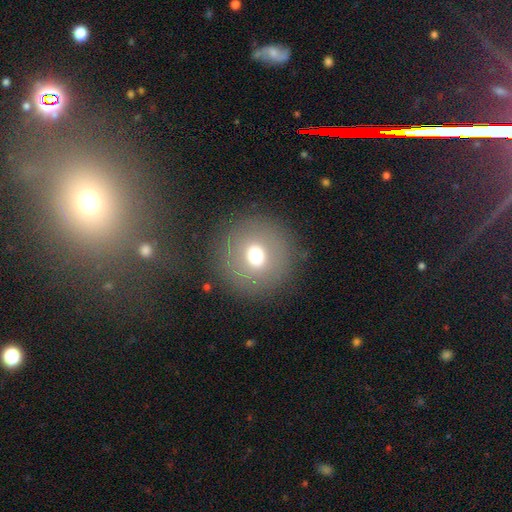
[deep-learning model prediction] smooth_or_featured: smooth (p=0.63) [alt: featured or disk p=0.21]
how_rounded: round (p=0.93) [alt: in between p=0.06]
merging: none (p=0.86) [alt: minor disturbance p=0.08]